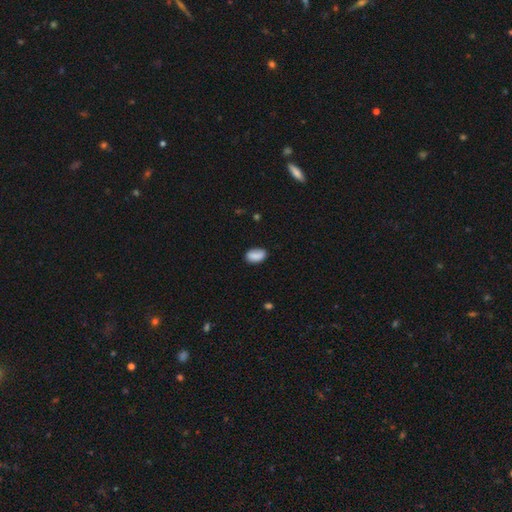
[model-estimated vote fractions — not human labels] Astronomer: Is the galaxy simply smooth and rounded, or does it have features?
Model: smooth — 85%.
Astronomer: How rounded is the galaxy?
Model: in between — 90%.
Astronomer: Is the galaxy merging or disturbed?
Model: none — 78%.